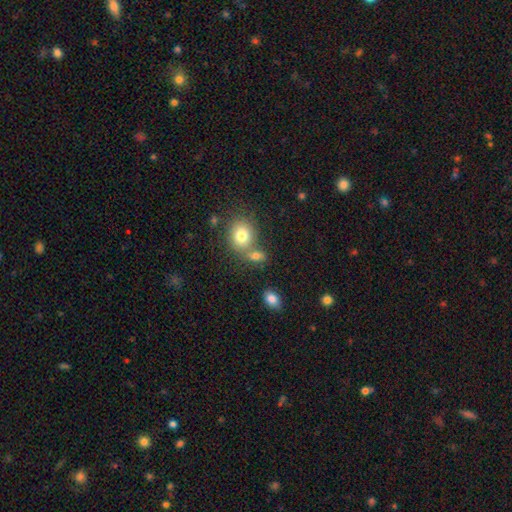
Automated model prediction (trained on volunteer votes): smooth-or-featured: smooth: 76% | star or artifact: 12% | featured or disk: 11%
  how-rounded: in between: 55% | round: 42% | cigar-shaped: 3%
  merging: none: 48% | merger: 36% | minor disturbance: 11% | major disturbance: 5%